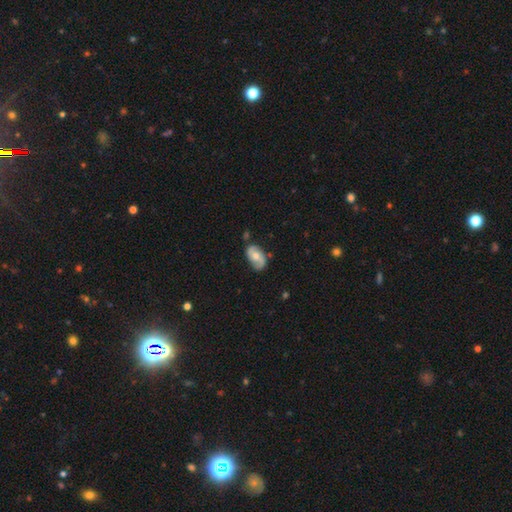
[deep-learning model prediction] smooth_or_featured: featured or disk (p=0.60) [alt: smooth p=0.33]
disk_edge_on: no (p=0.95) [alt: yes p=0.05]
bar: no (p=0.60) [alt: weak p=0.31]
has_spiral_arms: yes (p=0.83) [alt: no p=0.17]
bulge_size: moderate (p=0.68) [alt: small p=0.25]
merging: none (p=0.70) [alt: minor disturbance p=0.22]